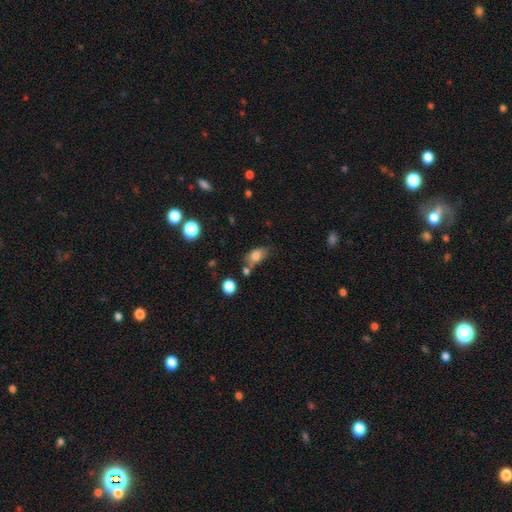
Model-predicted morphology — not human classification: type=smooth (78%); roundness=in between (81%); merging=none (51%).